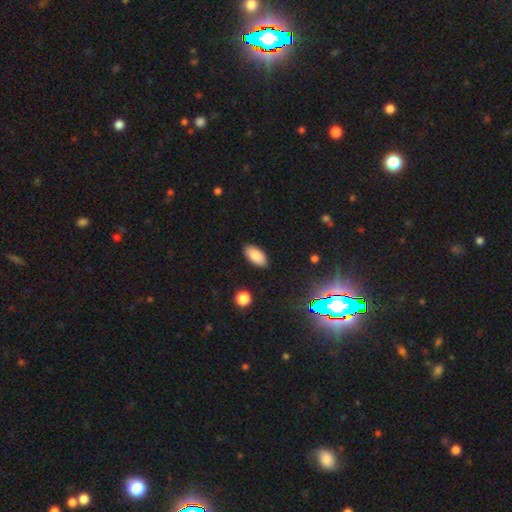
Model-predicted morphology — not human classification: Smooth or featured: smooth — 86% (star or artifact — 8%)
How rounded: in between — 92% (cigar-shaped — 6%)
Merging: none — 88% (minor disturbance — 9%)